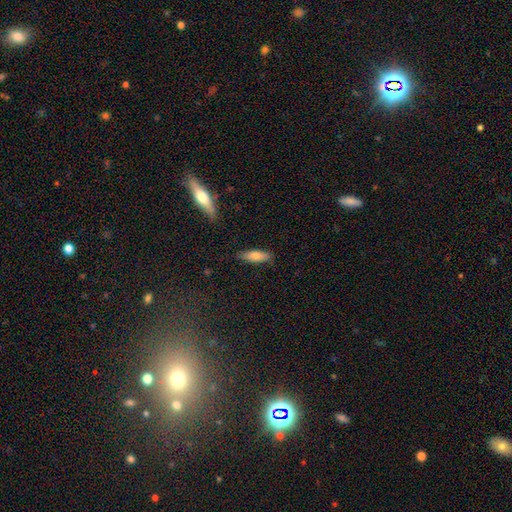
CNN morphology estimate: smooth-or-featured: smooth: 75% | featured or disk: 19% | star or artifact: 7%
  how-rounded: in between: 53% | cigar-shaped: 45% | round: 2%
  merging: none: 84% | minor disturbance: 12% | major disturbance: 2% | merger: 2%